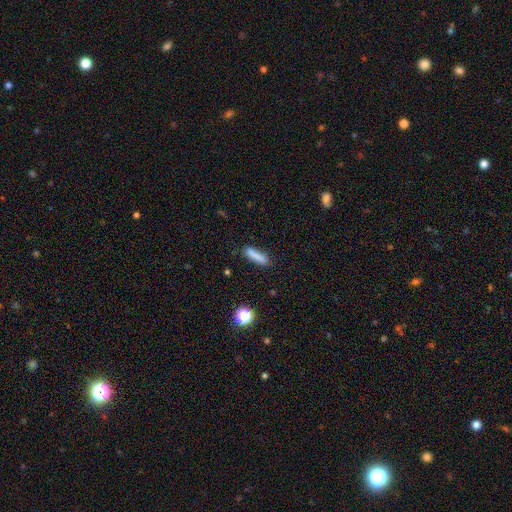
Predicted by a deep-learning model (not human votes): Smooth or featured? smooth (82%)
How rounded? cigar-shaped (78%)
Merging? none (80%)